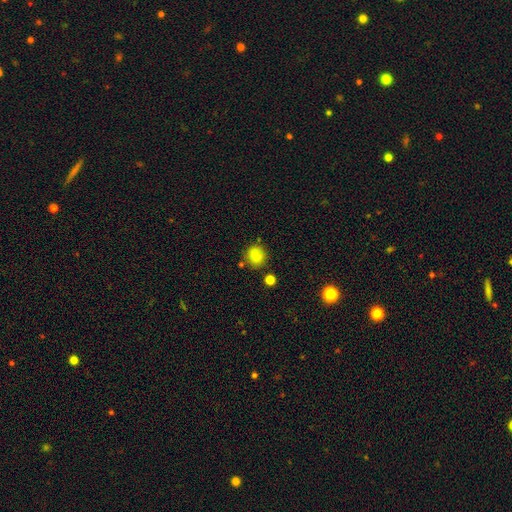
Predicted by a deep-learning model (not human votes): A smooth galaxy with no disk features (84%) that is round (81%).

Vote fractions:
- Smooth or featured? smooth: 84% / star or artifact: 11% / featured or disk: 6%
- How rounded? round: 81% / in between: 18% / cigar-shaped: 1%
- Merging? none: 79% / minor disturbance: 12% / merger: 5% / major disturbance: 3%